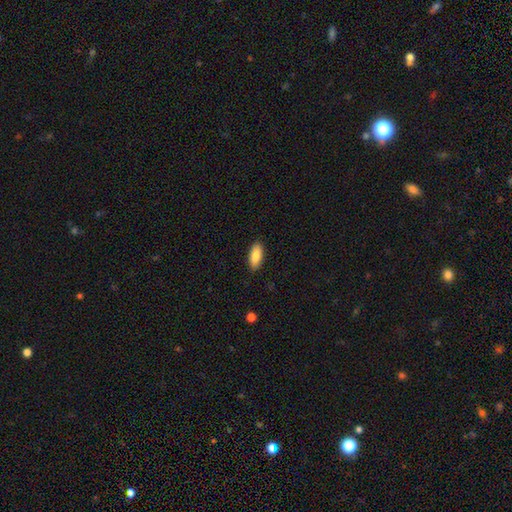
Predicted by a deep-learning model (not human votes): Morphology: type=smooth (87%); roundness=in between (86%); merging=none (89%).